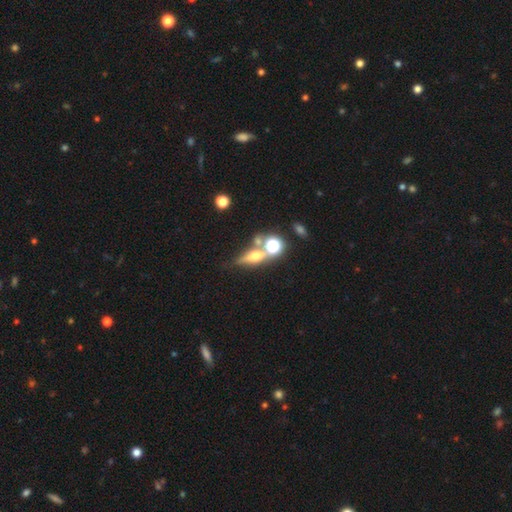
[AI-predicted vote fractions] smooth-or-featured: smooth: 42% | featured or disk: 40% | star or artifact: 17%
  merging: none: 52% | merger: 29% | minor disturbance: 12% | major disturbance: 7%